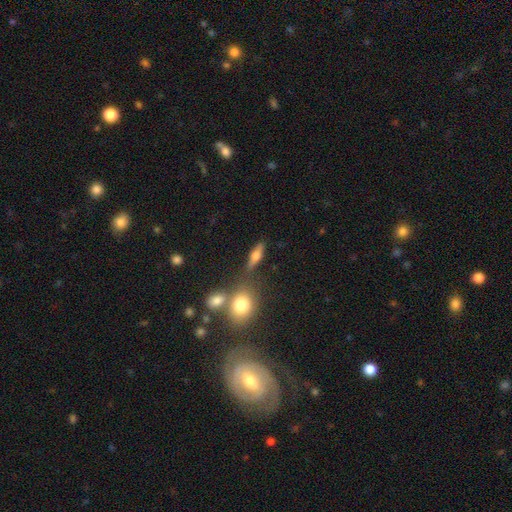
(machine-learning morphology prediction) smooth 49%, featured or disk 40%, star or artifact 11%. Down the decision tree: merging — none (70%).